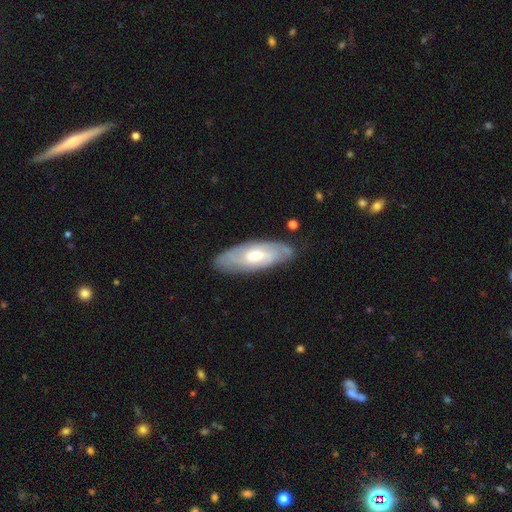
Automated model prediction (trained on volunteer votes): smooth_or_featured: featured or disk (p=0.64) [alt: smooth p=0.31]
disk_edge_on: no (p=0.82) [alt: yes p=0.18]
bar: no (p=0.47) [alt: weak p=0.43]
has_spiral_arms: yes (p=0.79) [alt: no p=0.21]
bulge_size: moderate (p=0.63) [alt: small p=0.23]
merging: none (p=0.80) [alt: minor disturbance p=0.16]